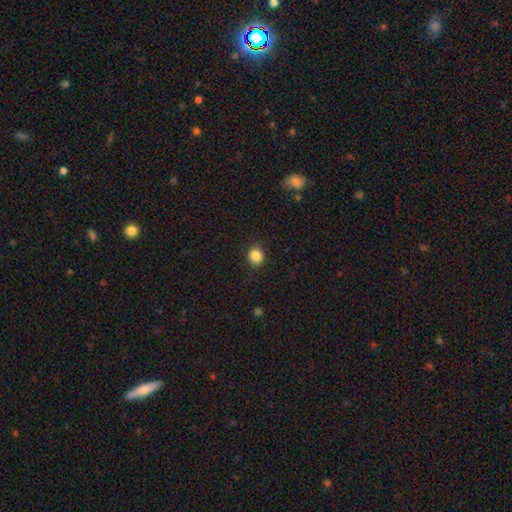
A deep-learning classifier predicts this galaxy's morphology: The model was most divided on "how rounded": round: 79%, in between: 20%, cigar-shaped: 1%. More confident: merging — none (89%); smooth or featured — smooth (86%).